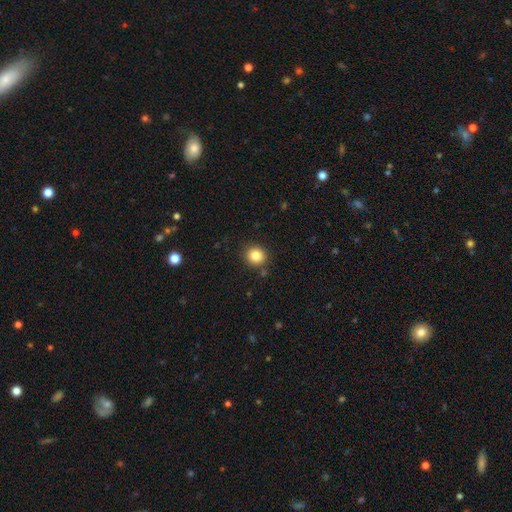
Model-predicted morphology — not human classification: This is clearly a smooth galaxy (84%). How rounded: clearly round (87%). Merging: clearly none (87%).